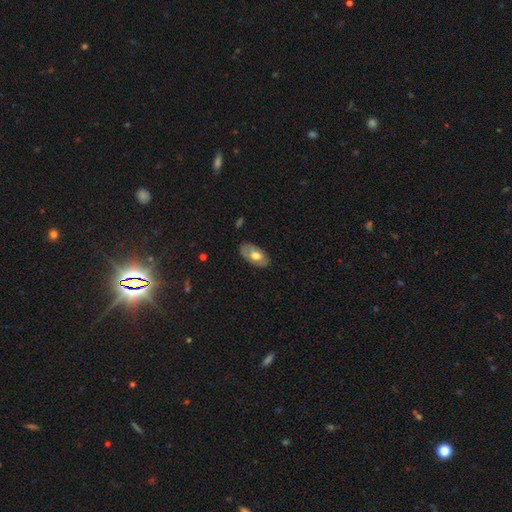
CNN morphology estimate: Smooth or featured?
  - smooth: 63% *
  - featured or disk: 31%
  - star or artifact: 6%
How rounded?
  - in between: 93% *
  - round: 5%
  - cigar-shaped: 2%
Merging?
  - none: 82% *
  - minor disturbance: 14%
  - major disturbance: 3%
  - merger: 1%